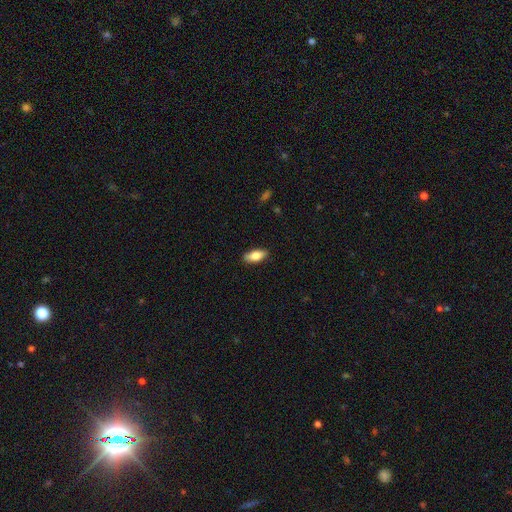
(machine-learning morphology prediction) A smooth galaxy with no disk features (78%) that is in between round and cigar-shaped (84%).

Vote fractions:
- Smooth or featured? smooth: 78% / featured or disk: 15% / star or artifact: 6%
- How rounded? in between: 84% / cigar-shaped: 13% / round: 3%
- Merging? none: 86% / minor disturbance: 11% / major disturbance: 2% / merger: 1%